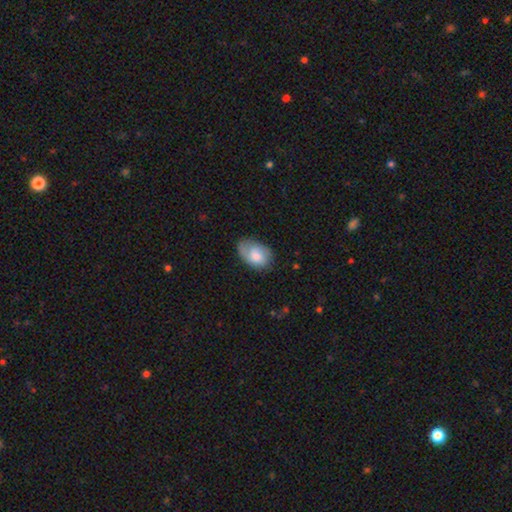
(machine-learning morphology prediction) Smooth or featured: smooth — 71% (featured or disk — 23%)
How rounded: in between — 87% (round — 12%)
Merging: none — 59% (minor disturbance — 30%)